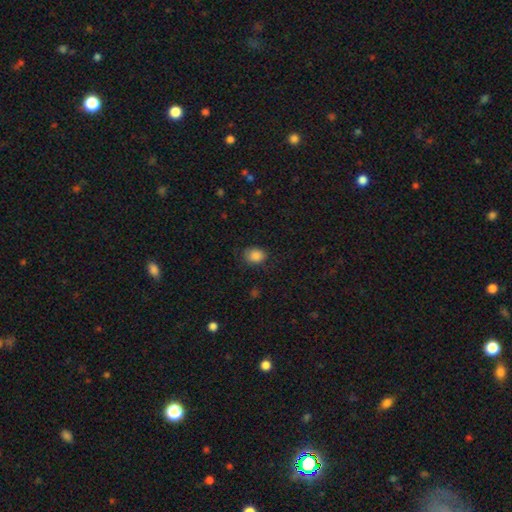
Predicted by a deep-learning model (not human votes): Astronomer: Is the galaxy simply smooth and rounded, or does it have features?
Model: smooth — 86%.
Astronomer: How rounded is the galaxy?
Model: in between — 55% (runner-up: round, 44%).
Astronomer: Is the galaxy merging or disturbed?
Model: none — 72%.